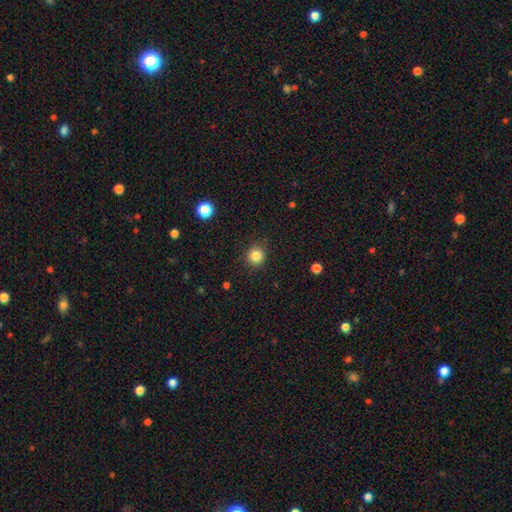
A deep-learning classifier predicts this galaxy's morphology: This is clearly a smooth galaxy (84%). How rounded: clearly round (93%). Merging: clearly none (90%).